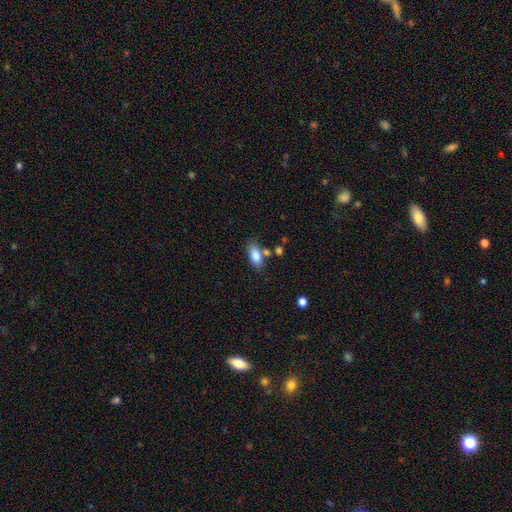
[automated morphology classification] type=smooth (85%); roundness=in between (86%); merging=none (65%).